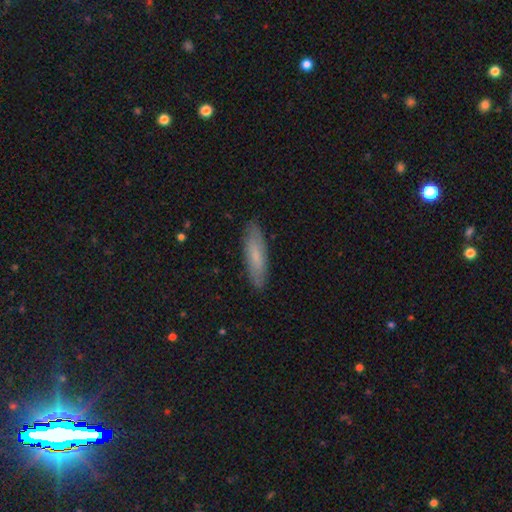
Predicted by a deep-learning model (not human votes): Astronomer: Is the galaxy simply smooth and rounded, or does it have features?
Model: smooth — 67%.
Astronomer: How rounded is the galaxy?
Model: cigar-shaped — 70%.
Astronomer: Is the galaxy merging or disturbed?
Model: none — 87%.